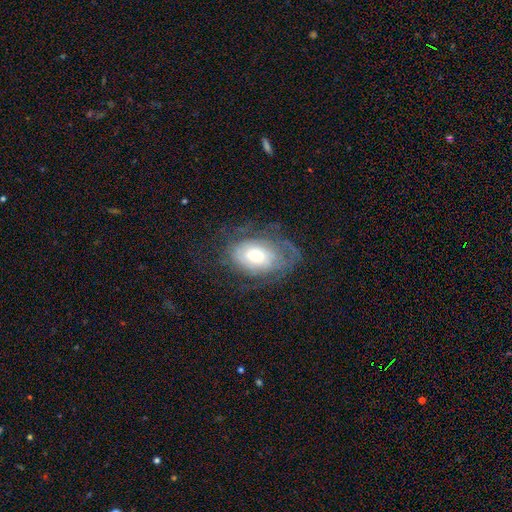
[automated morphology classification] smooth_or_featured: featured or disk (p=0.60) [alt: smooth p=0.31]
disk_edge_on: no (p=0.95) [alt: yes p=0.05]
bar: no (p=0.75) [alt: weak p=0.20]
has_spiral_arms: yes (p=0.72) [alt: no p=0.28]
bulge_size: moderate (p=0.53) [alt: small p=0.26]
merging: none (p=0.55) [alt: minor disturbance p=0.22]